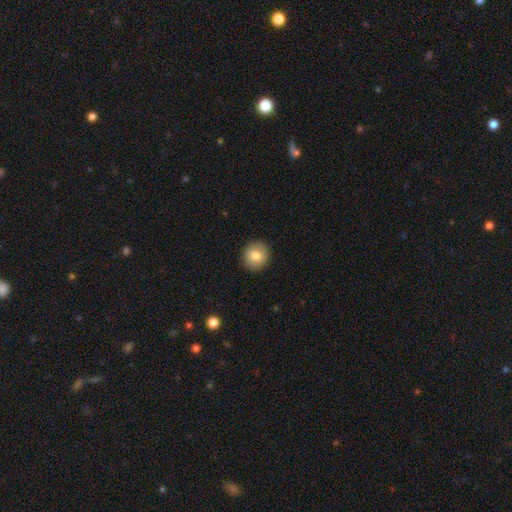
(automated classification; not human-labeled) This is clearly a smooth galaxy (83%). How rounded: clearly round (91%). Merging: clearly none (90%).